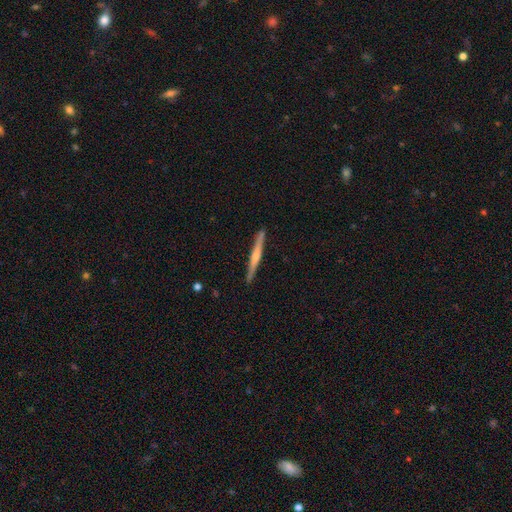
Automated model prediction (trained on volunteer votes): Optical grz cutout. It shows a featured or disk galaxy (69%) viewed edge-on (97%) with a rounded central bulge (69%). Merging: none (90%).